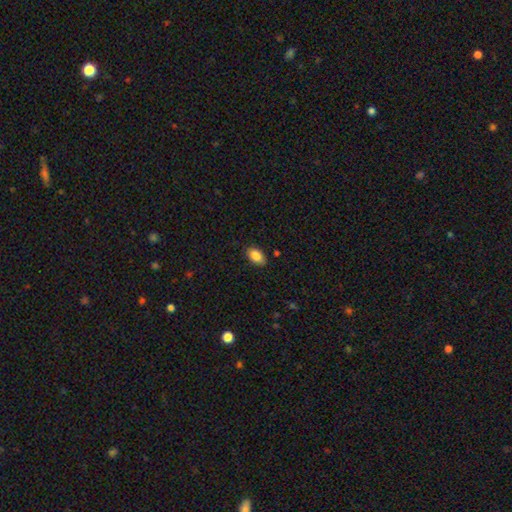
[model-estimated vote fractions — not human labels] Smooth or featured?
  - smooth: 86% *
  - star or artifact: 7%
  - featured or disk: 6%
How rounded?
  - in between: 92% *
  - round: 7%
  - cigar-shaped: 2%
Merging?
  - none: 84% *
  - minor disturbance: 13%
  - major disturbance: 2%
  - merger: 1%